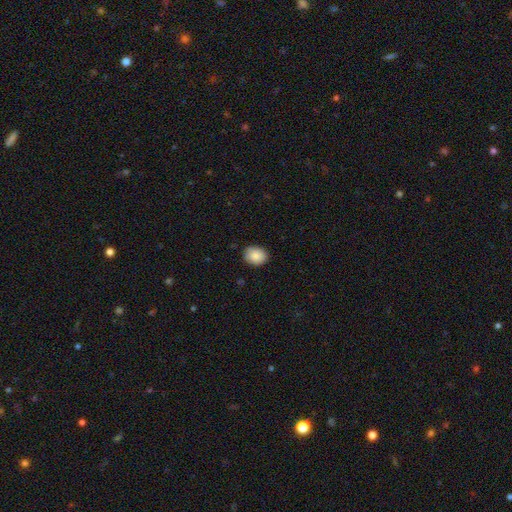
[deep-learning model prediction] smooth-or-featured: smooth: 88% | star or artifact: 8% | featured or disk: 5%
  how-rounded: round: 50% | in between: 49% | cigar-shaped: 1%
  merging: none: 87% | minor disturbance: 10% | major disturbance: 2% | merger: 1%